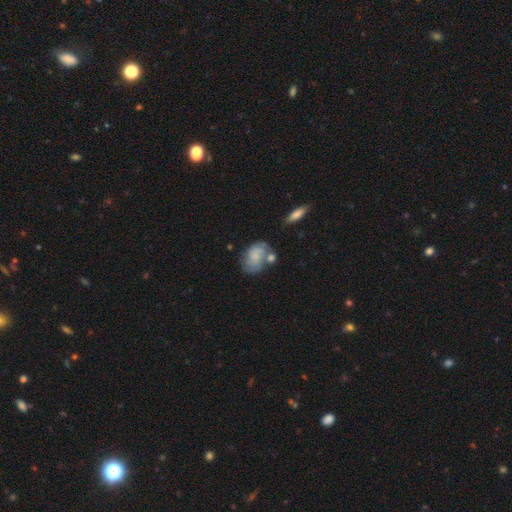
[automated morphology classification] smooth-or-featured: smooth: 48% | featured or disk: 44% | star or artifact: 8%
  merging: none: 45% | minor disturbance: 23% | merger: 20% | major disturbance: 11%